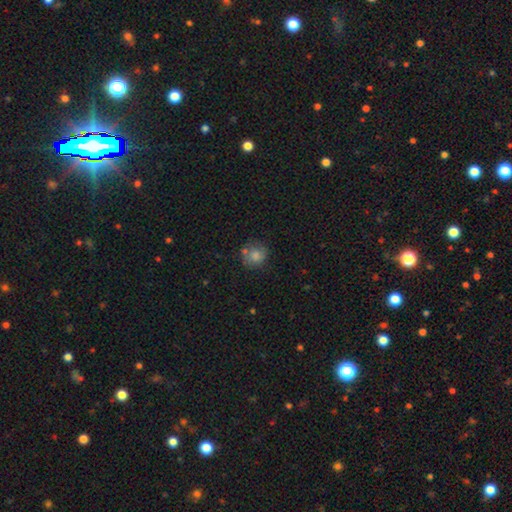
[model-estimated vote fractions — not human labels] A smooth galaxy with no disk features (76%) that is round (83%).

Vote fractions:
- Smooth or featured? smooth: 76% / featured or disk: 14% / star or artifact: 10%
- How rounded? round: 83% / in between: 16% / cigar-shaped: 1%
- Merging? none: 62% / minor disturbance: 21% / merger: 10% / major disturbance: 8%